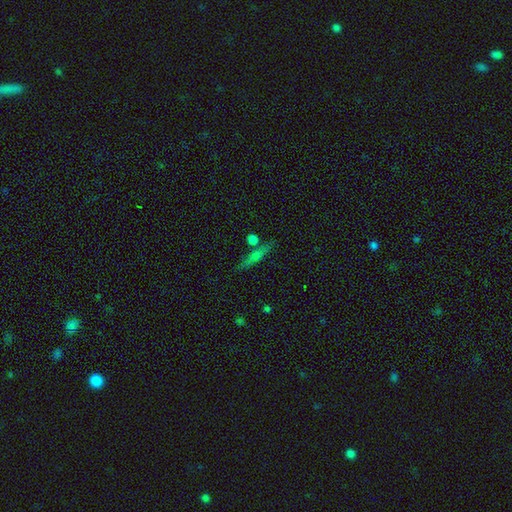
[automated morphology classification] The model was most divided on "smooth or featured": smooth: 44%, featured or disk: 41%, star or artifact: 15%. More confident: merging — none (78%).